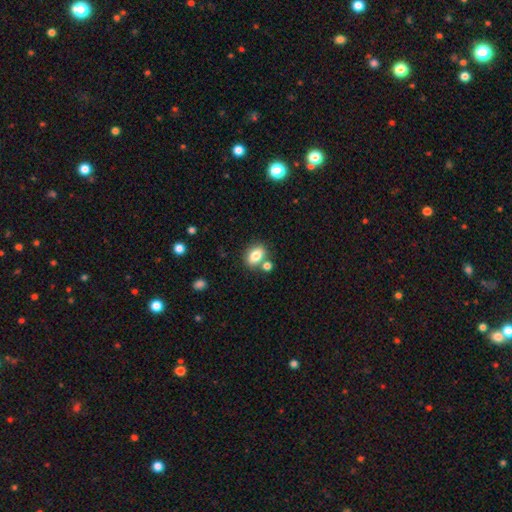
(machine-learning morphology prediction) type=smooth (80%); roundness=in between (81%); merging=none (67%).